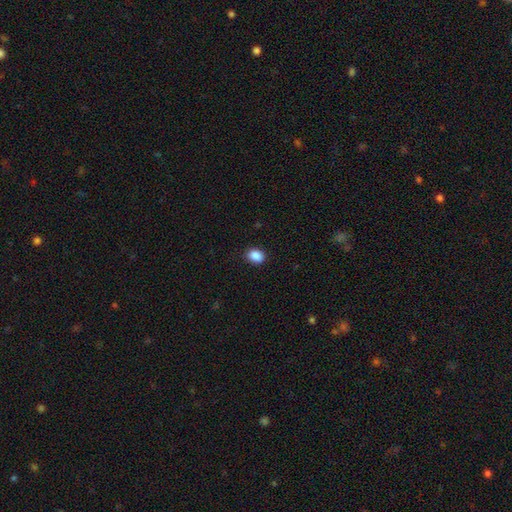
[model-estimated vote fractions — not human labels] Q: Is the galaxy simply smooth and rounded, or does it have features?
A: smooth — 89%.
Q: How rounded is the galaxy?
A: in between — 65%.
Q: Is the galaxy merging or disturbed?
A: none — 89%.